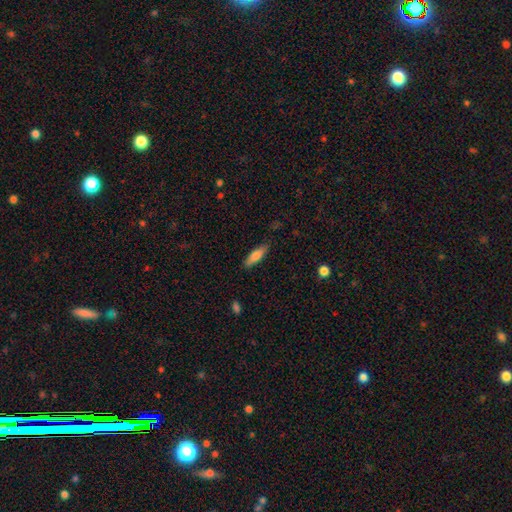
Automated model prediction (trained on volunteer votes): smooth-or-featured: smooth: 72% | featured or disk: 22% | star or artifact: 6%
  how-rounded: cigar-shaped: 60% | in between: 38% | round: 2%
  merging: none: 85% | minor disturbance: 11% | major disturbance: 2% | merger: 1%